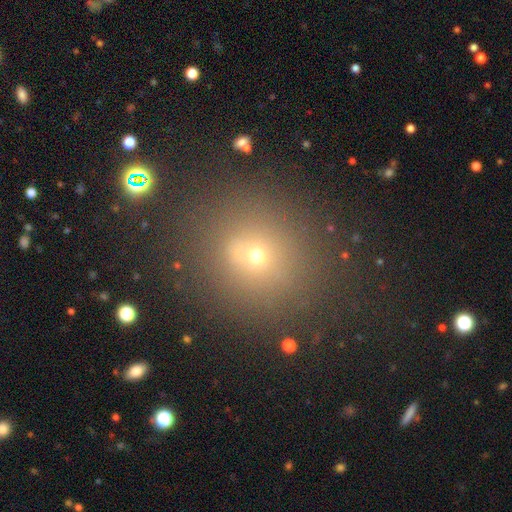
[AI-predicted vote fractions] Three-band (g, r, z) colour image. It shows a smooth galaxy with no disk features (60%) that is round (85%). Merging: none (82%).